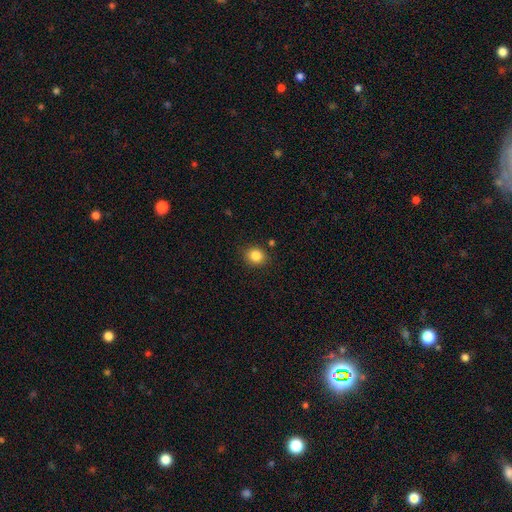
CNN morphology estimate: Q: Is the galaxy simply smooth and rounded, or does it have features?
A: smooth — 84%.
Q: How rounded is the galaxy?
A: round — 74%.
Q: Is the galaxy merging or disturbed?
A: none — 86%.